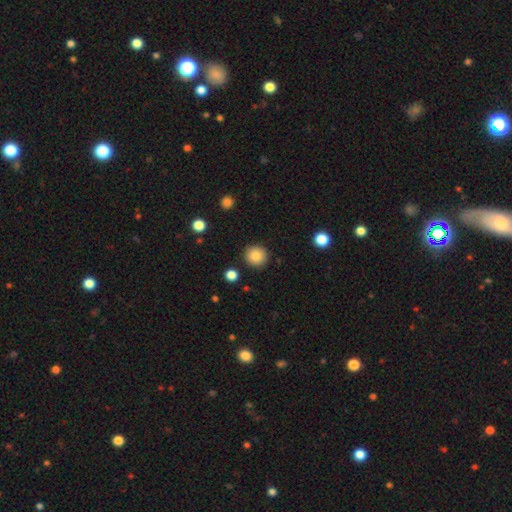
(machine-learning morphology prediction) Smooth or featured: smooth — 85% (star or artifact — 9%)
How rounded: round — 94% (in between — 5%)
Merging: none — 91% (minor disturbance — 6%)